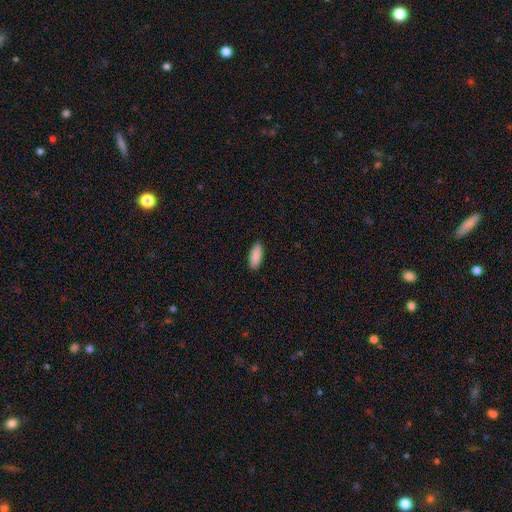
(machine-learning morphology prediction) Smooth or featured? Predicted: smooth (p=0.91). How rounded? Predicted: in between (p=0.77). Merging? Predicted: none (p=0.90).